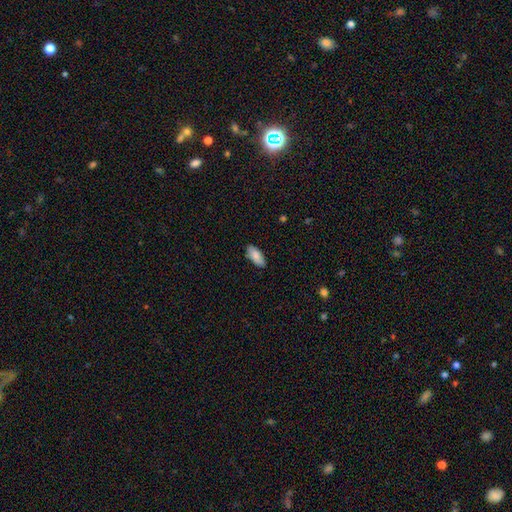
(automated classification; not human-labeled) Overall: smooth (84%). How rounded: in between (88%). Merging: none (86%).